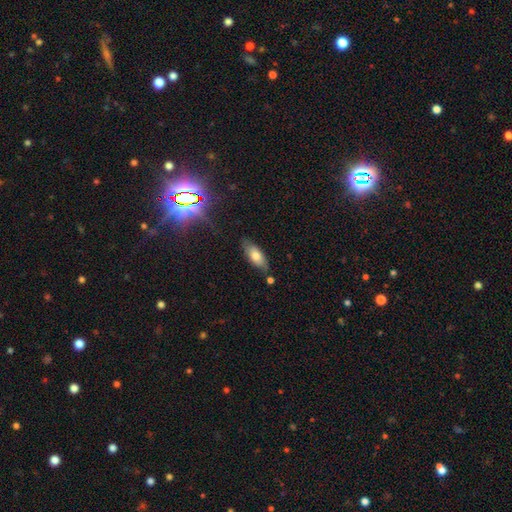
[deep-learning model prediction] A smooth galaxy with no disk features (71%) that is in between round and cigar-shaped (80%).

Vote fractions:
- Smooth or featured? smooth: 71% / featured or disk: 20% / star or artifact: 9%
- How rounded? in between: 80% / cigar-shaped: 18% / round: 2%
- Merging? none: 76% / minor disturbance: 17% / merger: 4% / major disturbance: 3%